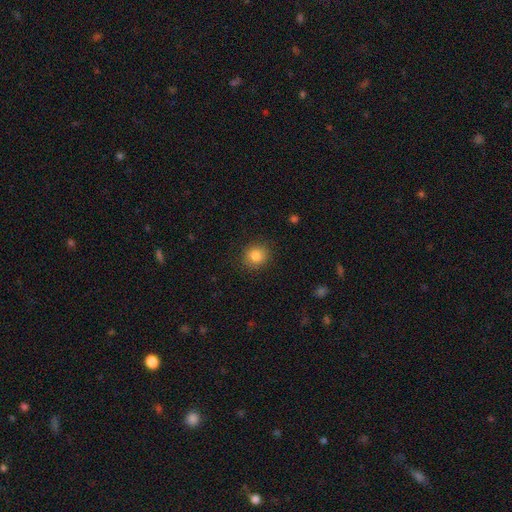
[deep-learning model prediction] Smooth or featured? smooth (85%)
How rounded? round (83%)
Merging? none (88%)